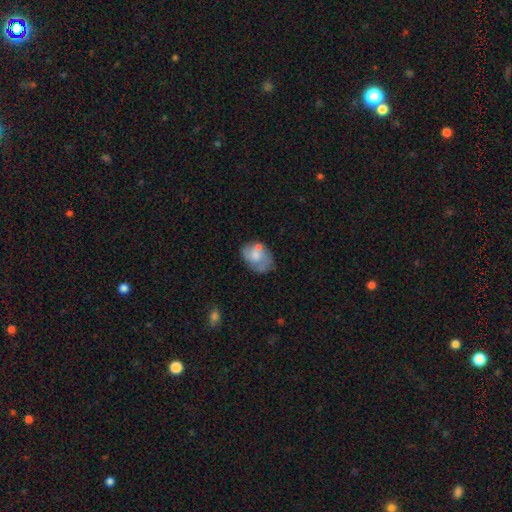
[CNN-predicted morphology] Smooth or featured?
  - smooth: 56% *
  - featured or disk: 36%
  - star or artifact: 8%
How rounded?
  - in between: 75% *
  - round: 23%
  - cigar-shaped: 1%
Merging?
  - none: 48% *
  - minor disturbance: 24%
  - merger: 18%
  - major disturbance: 10%